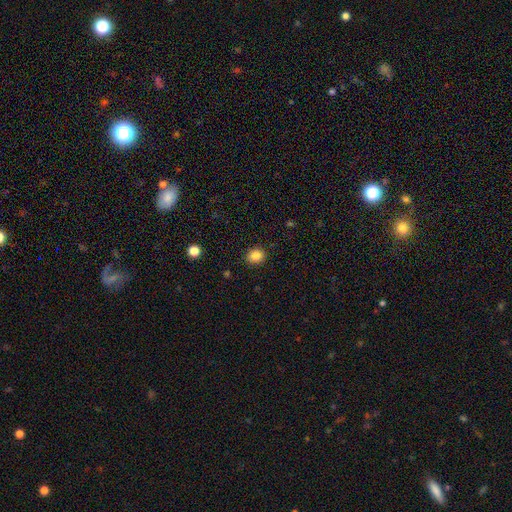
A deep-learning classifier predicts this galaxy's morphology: Overall: smooth (85%). How rounded: round (65%; in between 34%). Merging: none (89%).